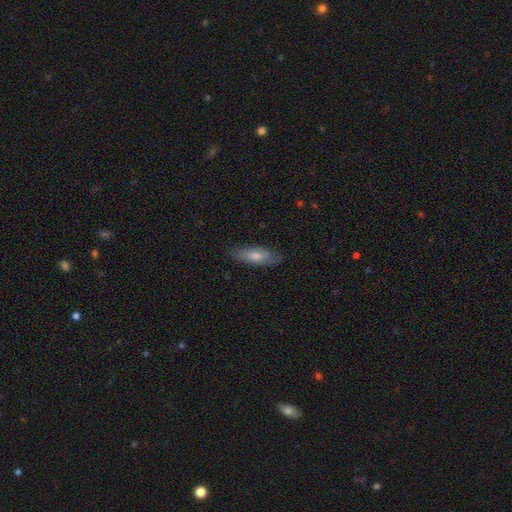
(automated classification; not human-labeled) Smooth or featured? Predicted: smooth (p=0.57). How rounded? Predicted: cigar-shaped (p=0.50). Merging? Predicted: none (p=0.80).